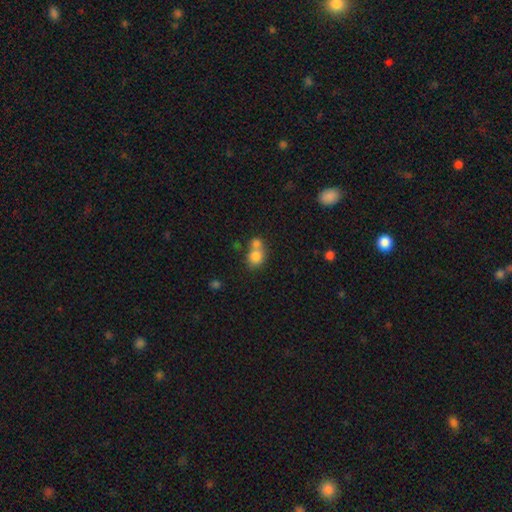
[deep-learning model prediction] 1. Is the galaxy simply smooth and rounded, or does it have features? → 79% smooth, 11% featured or disk, 10% star or artifact.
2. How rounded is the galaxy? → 64% round, 35% in between, 1% cigar-shaped.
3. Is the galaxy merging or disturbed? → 55% merger, 33% none, 9% minor disturbance, 4% major disturbance.